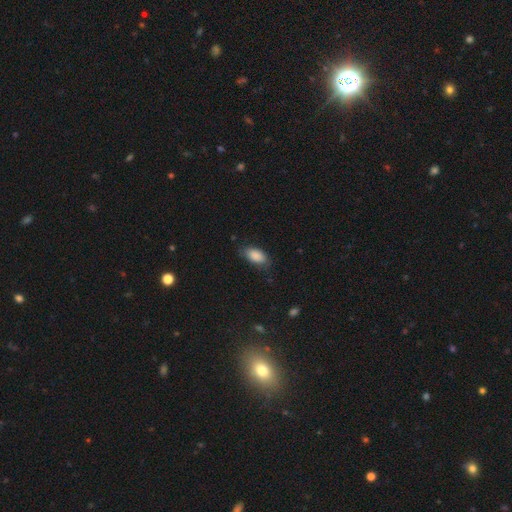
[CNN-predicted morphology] The model was most divided on "merging": none: 75%, minor disturbance: 20%, major disturbance: 4%, merger: 1%. More confident: how rounded — in between (92%); smooth or featured — smooth (88%).